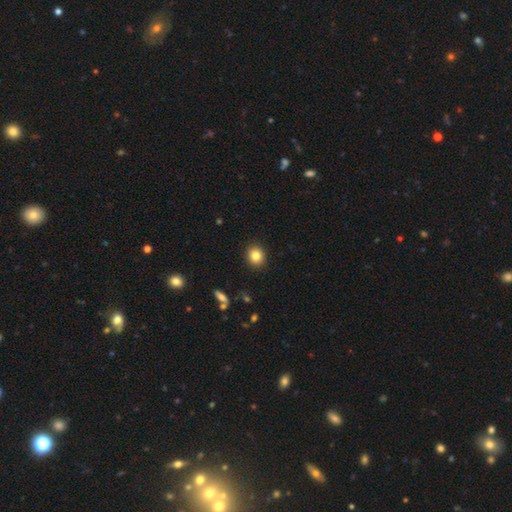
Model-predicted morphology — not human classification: Q: Smooth or featured?
A: smooth (83%); runner-up: star or artifact (10%)
Q: How rounded?
A: round (76%); runner-up: in between (23%)
Q: Merging?
A: none (91%); runner-up: minor disturbance (6%)